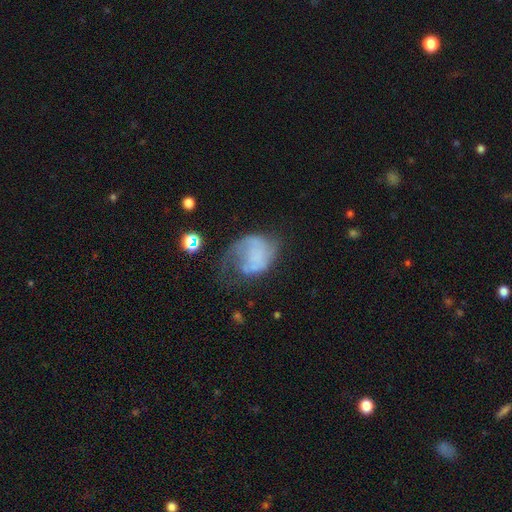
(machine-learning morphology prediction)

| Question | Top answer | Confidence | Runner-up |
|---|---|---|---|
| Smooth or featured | featured or disk | 52% | smooth (37%) |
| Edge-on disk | no | 98% | yes (2%) |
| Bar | no | 84% | weak (13%) |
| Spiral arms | yes | 51% | no (49%) |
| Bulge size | none | 72% | small (12%) |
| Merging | major disturbance | 47% | none (24%) |